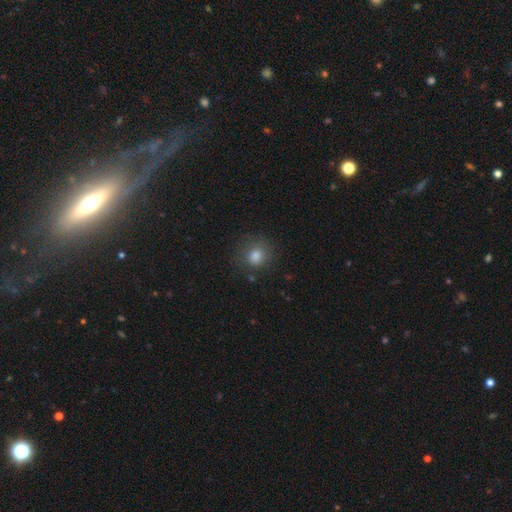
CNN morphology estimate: smooth-or-featured: smooth: 79% | star or artifact: 13% | featured or disk: 7%
  how-rounded: round: 78% | in between: 21% | cigar-shaped: 1%
  merging: none: 79% | minor disturbance: 14% | major disturbance: 5% | merger: 2%